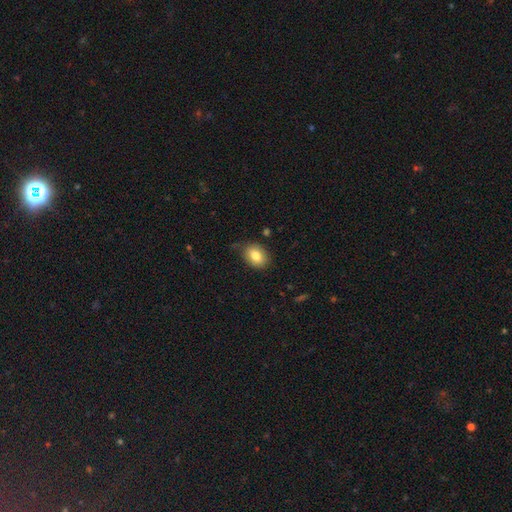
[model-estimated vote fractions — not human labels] Overall: smooth (82%). How rounded: in between (71%). Merging: none (76%).